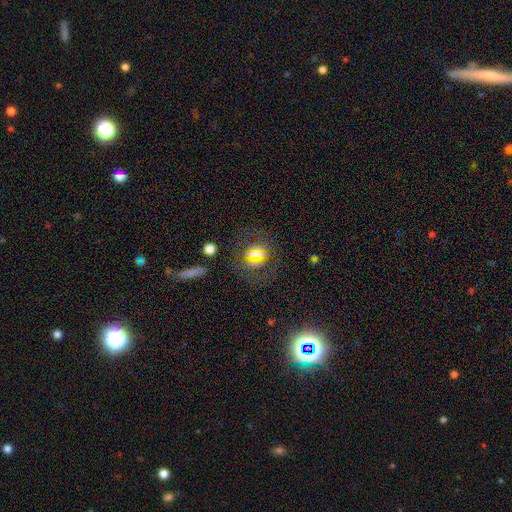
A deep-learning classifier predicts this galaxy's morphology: Q: Smooth or featured?
A: star or artifact (42%); runner-up: smooth (37%)